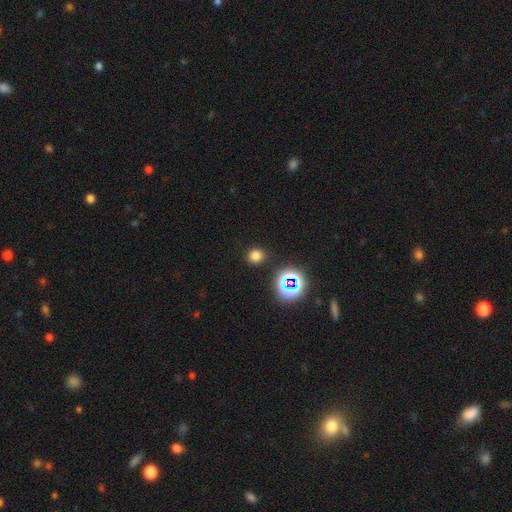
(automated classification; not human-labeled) This is likely a smooth galaxy (72%). How rounded: clearly round (83%). Merging: clearly none (86%).